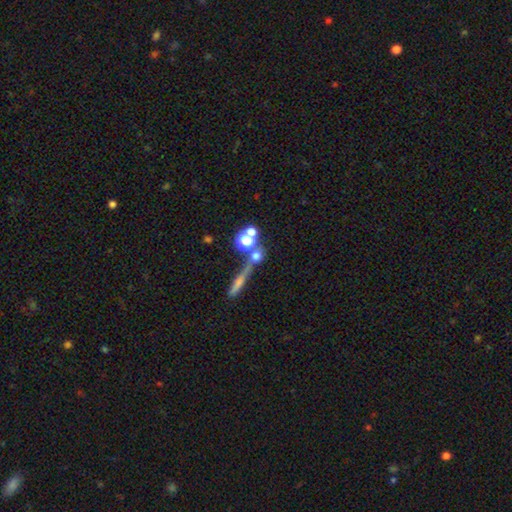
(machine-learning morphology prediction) smooth-or-featured: smooth: 58% | star or artifact: 24% | featured or disk: 18%
  how-rounded: round: 74% | cigar-shaped: 15% | in between: 11%
  merging: none: 58% | merger: 28% | minor disturbance: 8% | major disturbance: 6%